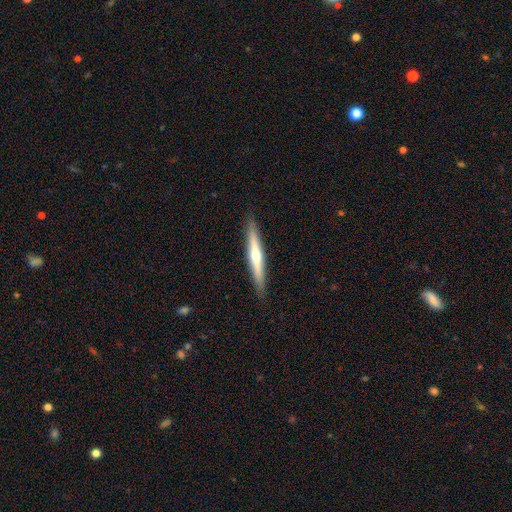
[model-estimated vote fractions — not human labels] Smooth or featured? Predicted: featured or disk (p=0.59). Edge-on disk? Predicted: yes (p=0.96). Edge-on bulge? Predicted: rounded (p=0.79). Merging? Predicted: none (p=0.90).